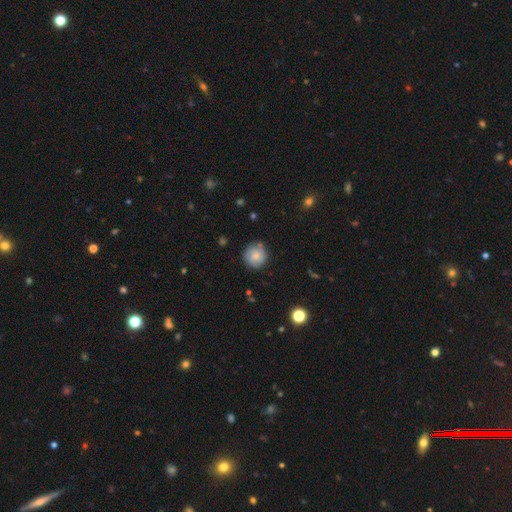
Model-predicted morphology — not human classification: Smooth or featured? Predicted: smooth (p=0.69). How rounded? Predicted: round (p=0.92). Merging? Predicted: none (p=0.81).